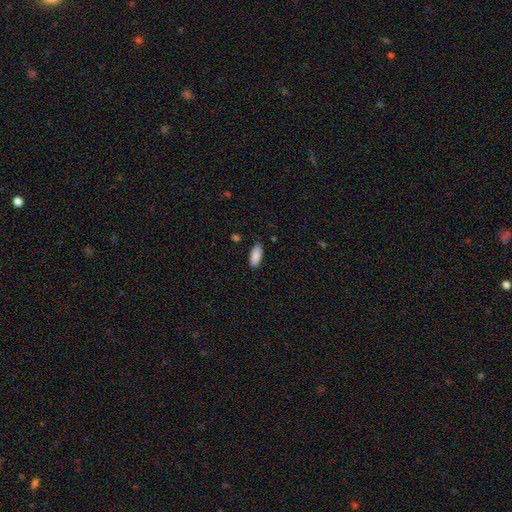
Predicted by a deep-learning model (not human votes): smooth 89%, star or artifact 6%, featured or disk 5%. Down the decision tree: how rounded — in between (78%); merging — none (87%).